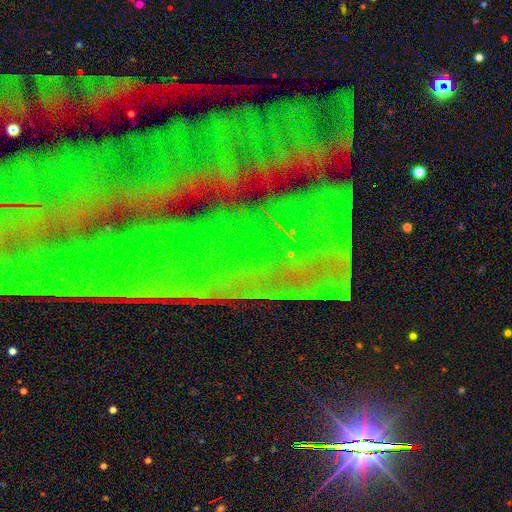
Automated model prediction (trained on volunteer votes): A star or artifact, not a galaxy (85%).